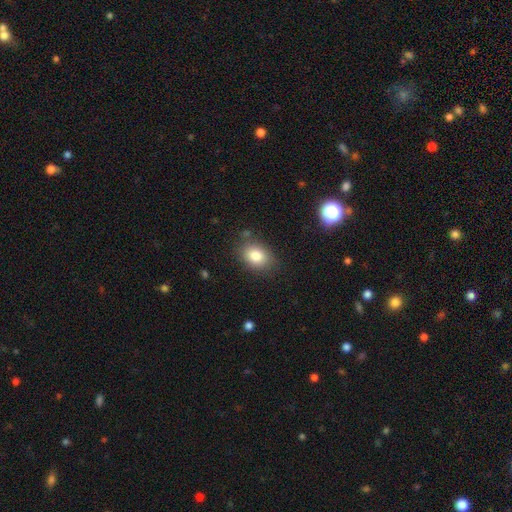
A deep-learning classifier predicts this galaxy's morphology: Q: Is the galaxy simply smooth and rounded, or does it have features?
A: smooth — 81%.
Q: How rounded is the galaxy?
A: in between — 66%.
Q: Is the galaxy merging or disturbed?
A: none — 81%.